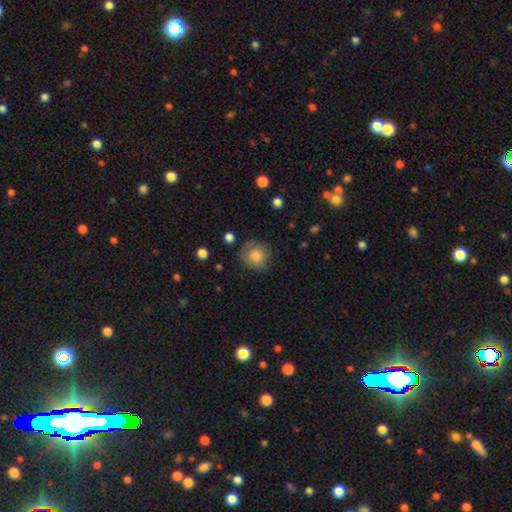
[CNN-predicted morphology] A smooth galaxy with no disk features (78%) that is round (91%). Merging: none (77%).